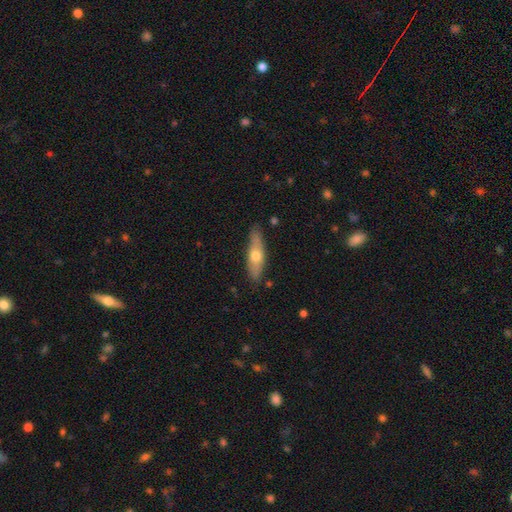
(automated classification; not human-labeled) Smooth or featured? Predicted: smooth (p=0.50). How rounded? Predicted: cigar-shaped (p=0.65). Merging? Predicted: none (p=0.83).